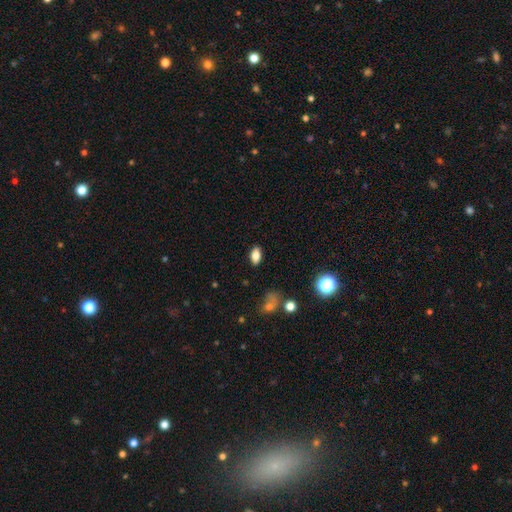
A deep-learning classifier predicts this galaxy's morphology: A smooth galaxy with no disk features (80%) that is in between round and cigar-shaped (89%). Merging: none (86%).